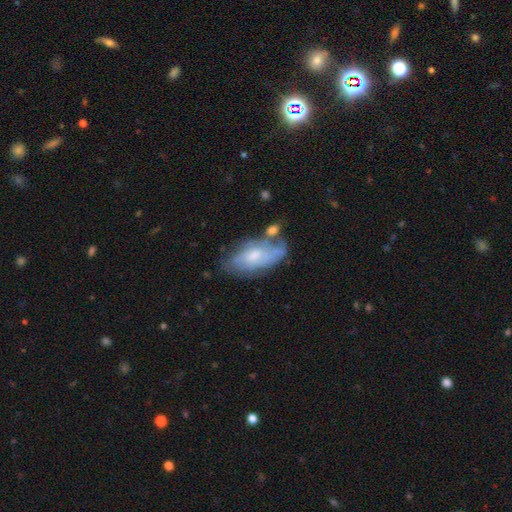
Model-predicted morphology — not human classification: This is possibly a featured or disk galaxy (53%). It is clearly not viewed edge-on (89%). Merging: possibly none (47%).